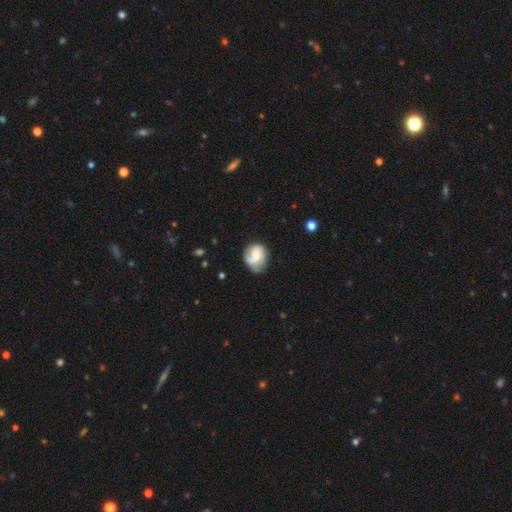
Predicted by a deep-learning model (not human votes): smooth_or_featured: smooth (p=0.47) [alt: featured or disk p=0.46]
merging: none (p=0.54) [alt: minor disturbance p=0.28]